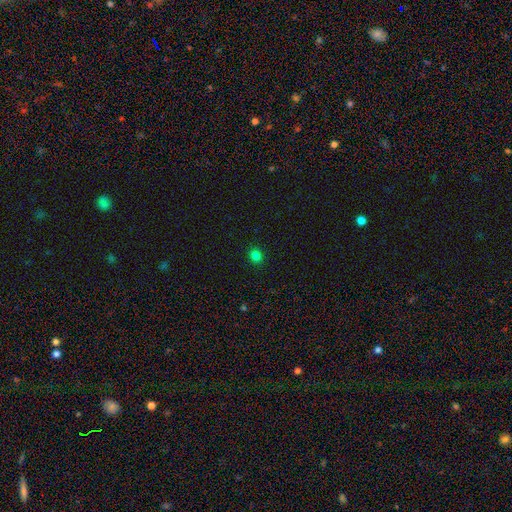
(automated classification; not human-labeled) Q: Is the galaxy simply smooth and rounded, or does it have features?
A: smooth — 81%.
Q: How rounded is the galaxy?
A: round — 85%.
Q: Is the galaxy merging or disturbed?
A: none — 92%.